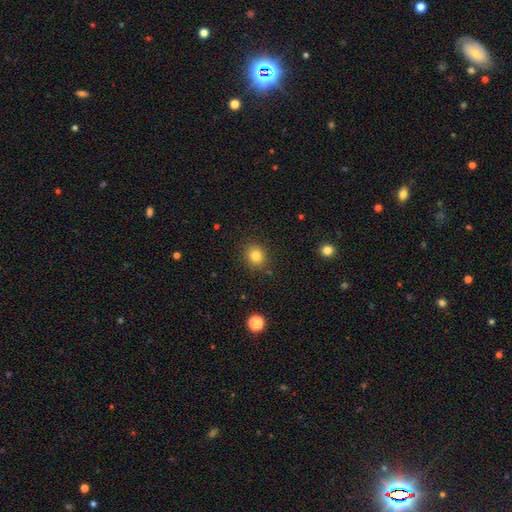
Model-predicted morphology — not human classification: This is clearly a smooth galaxy (81%). How rounded: likely round (79%). Merging: clearly none (87%).